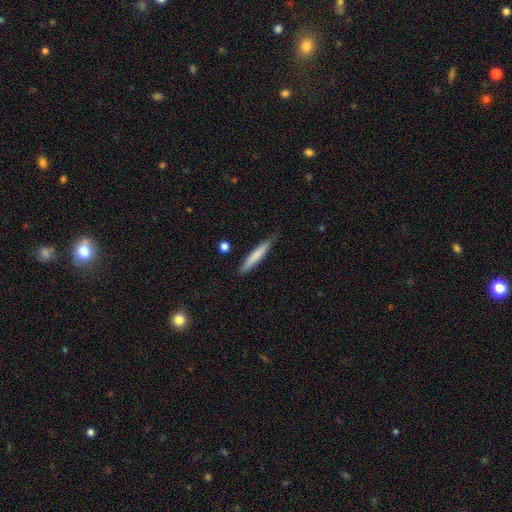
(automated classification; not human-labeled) The model was most divided on "smooth or featured": smooth: 76%, featured or disk: 18%, star or artifact: 6%. More confident: how rounded — cigar-shaped (93%); merging — none (83%).